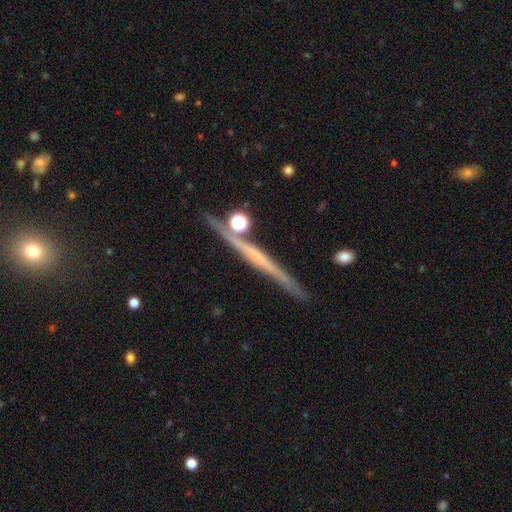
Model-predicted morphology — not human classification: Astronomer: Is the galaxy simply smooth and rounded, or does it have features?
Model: featured or disk — 66%.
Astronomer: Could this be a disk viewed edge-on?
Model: yes — 96%.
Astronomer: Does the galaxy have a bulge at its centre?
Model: none — 73%.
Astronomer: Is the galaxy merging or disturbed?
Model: none — 82%.